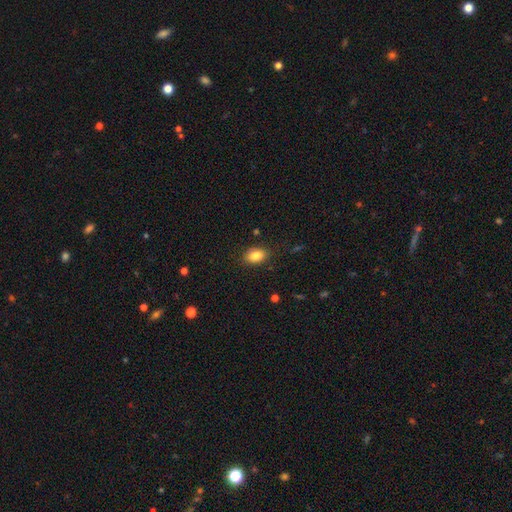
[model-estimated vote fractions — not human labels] The model was most divided on "how rounded": in between: 84%, round: 14%, cigar-shaped: 2%. More confident: merging — none (86%); smooth or featured — smooth (83%).